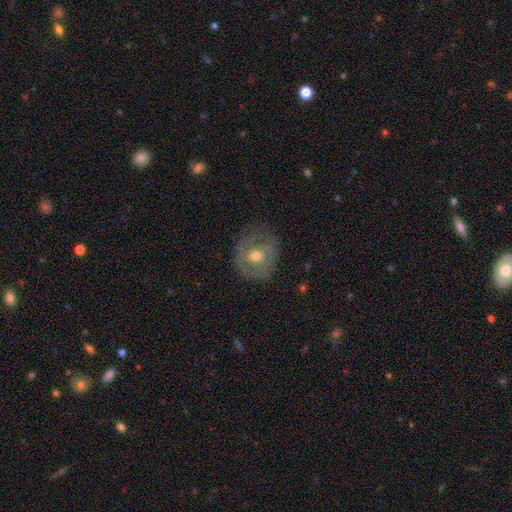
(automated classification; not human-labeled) This appears to be a featured or disk galaxy (59%) with no bar (62%), spiral arms (51%) and a moderate central bulge (67%). Merging: none (67%).